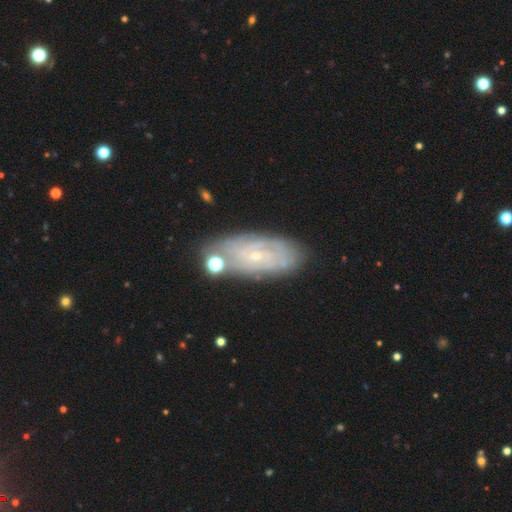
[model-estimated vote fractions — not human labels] smooth_or_featured: featured or disk (p=0.75) [alt: smooth p=0.17]
disk_edge_on: no (p=0.92) [alt: yes p=0.08]
bar: no (p=0.71) [alt: weak p=0.24]
has_spiral_arms: yes (p=0.85) [alt: no p=0.15]
spiral_winding: tight (p=0.72) [alt: medium p=0.21]
spiral_arm_count: can't tell (p=0.55) [alt: 2 p=0.17]
bulge_size: small (p=0.84) [alt: moderate p=0.12]
merging: none (p=0.71) [alt: minor disturbance p=0.17]